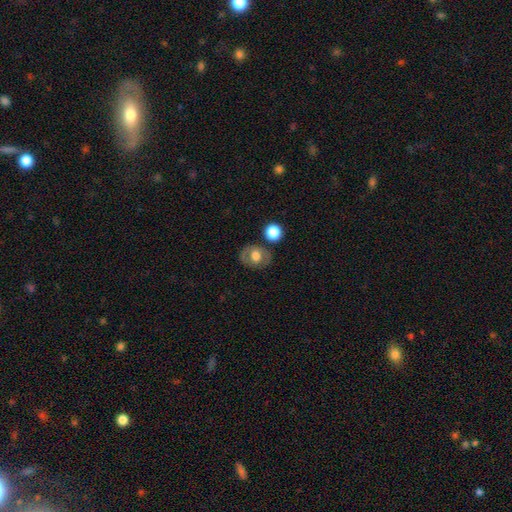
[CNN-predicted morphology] Overall: smooth (53%; featured or disk 39%). How rounded: round (50%; in between 48%). Merging: none (74%).